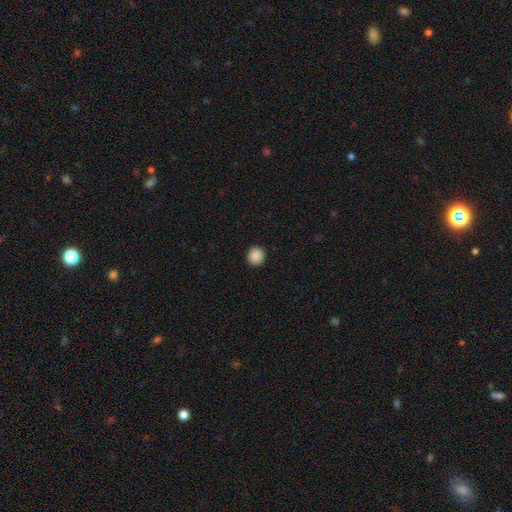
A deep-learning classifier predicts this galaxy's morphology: smooth_or_featured: smooth (p=0.89) [alt: star or artifact p=0.09]
how_rounded: round (p=0.92) [alt: in between p=0.07]
merging: none (p=0.93) [alt: minor disturbance p=0.05]